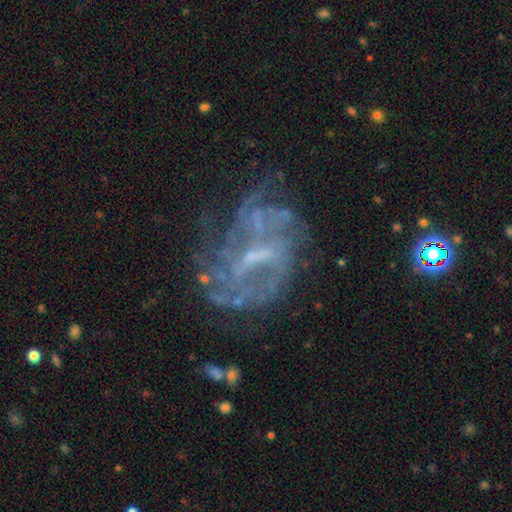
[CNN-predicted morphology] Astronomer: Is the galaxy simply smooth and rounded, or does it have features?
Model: featured or disk — 75%.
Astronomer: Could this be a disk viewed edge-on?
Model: no — 97%.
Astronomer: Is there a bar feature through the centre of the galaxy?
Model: weak — 49% (runner-up: no, 28%).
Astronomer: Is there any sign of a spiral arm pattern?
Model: yes — 66%.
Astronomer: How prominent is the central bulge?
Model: small — 47% (runner-up: none, 32%).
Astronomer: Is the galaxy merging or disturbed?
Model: none — 54%.